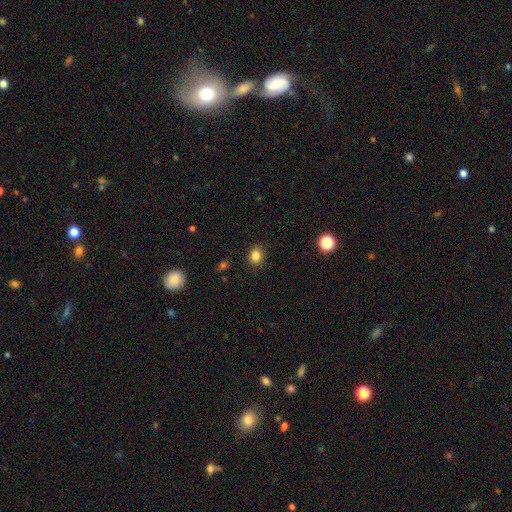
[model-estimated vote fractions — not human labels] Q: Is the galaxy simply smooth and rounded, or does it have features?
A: smooth — 84%.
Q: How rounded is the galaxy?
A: round — 61%.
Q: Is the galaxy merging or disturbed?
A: none — 88%.